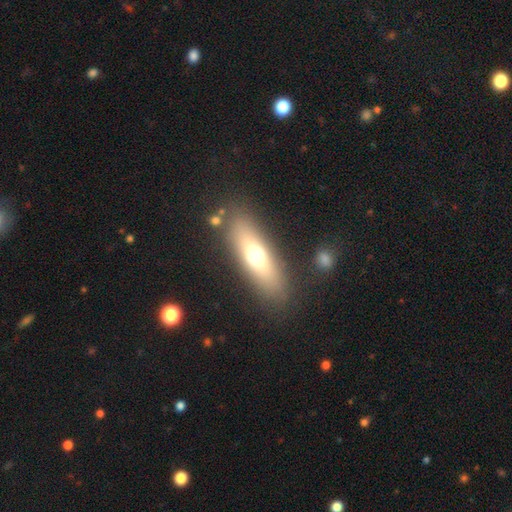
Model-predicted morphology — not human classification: Overall: smooth (60%; featured or disk 31%). How rounded: in between (51%; cigar-shaped 45%). Merging: none (83%).